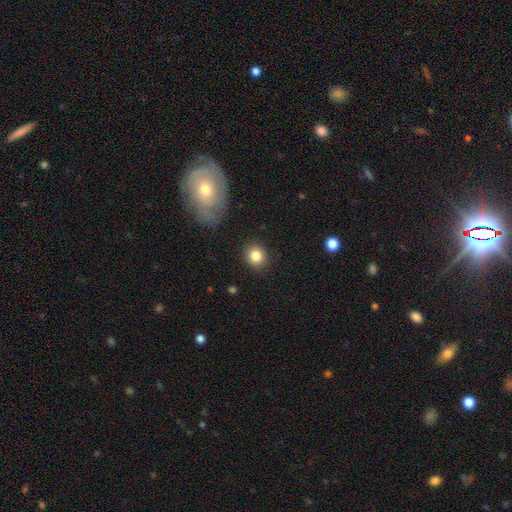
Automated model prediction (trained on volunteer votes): Smooth or featured? Predicted: smooth (p=0.85). How rounded? Predicted: round (p=0.81). Merging? Predicted: none (p=0.89).